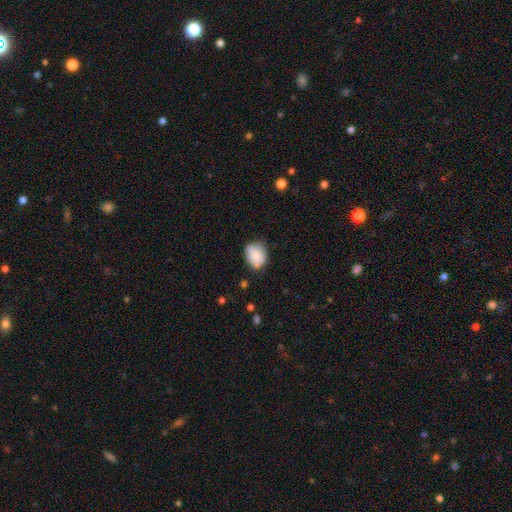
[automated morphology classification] Smooth or featured: smooth — 79% (featured or disk — 13%)
How rounded: in between — 57% (round — 42%)
Merging: none — 65% (minor disturbance — 26%)